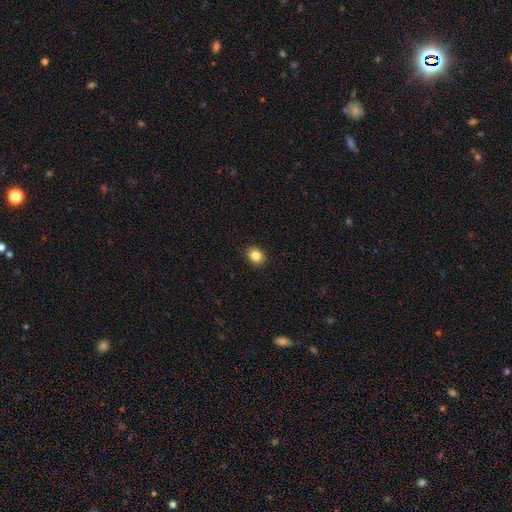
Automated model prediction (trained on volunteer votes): A smooth galaxy with no disk features (84%) that is round (69%).

Vote fractions:
- Smooth or featured? smooth: 84% / star or artifact: 11% / featured or disk: 5%
- How rounded? round: 69% / in between: 30% / cigar-shaped: 1%
- Merging? none: 92% / minor disturbance: 6% / major disturbance: 2% / merger: 1%